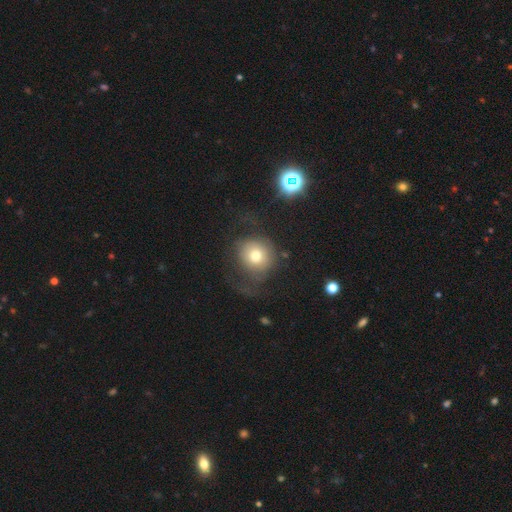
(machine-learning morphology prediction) smooth 66%, featured or disk 22%, star or artifact 12%. Down the decision tree: how rounded — round (88%); merging — none (47%).